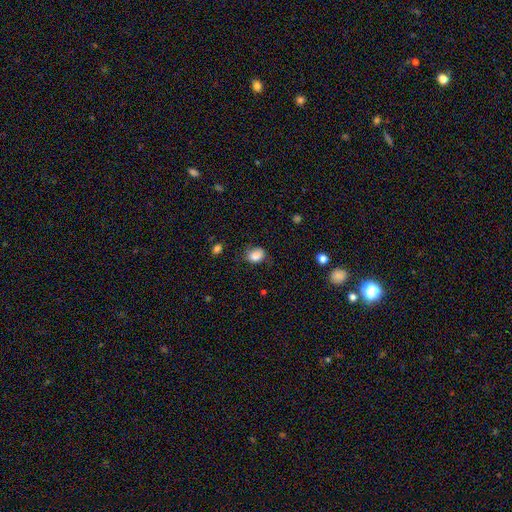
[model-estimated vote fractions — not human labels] Smooth or featured: smooth — 86% (star or artifact — 9%)
How rounded: in between — 62% (round — 37%)
Merging: none — 68% (minor disturbance — 24%)